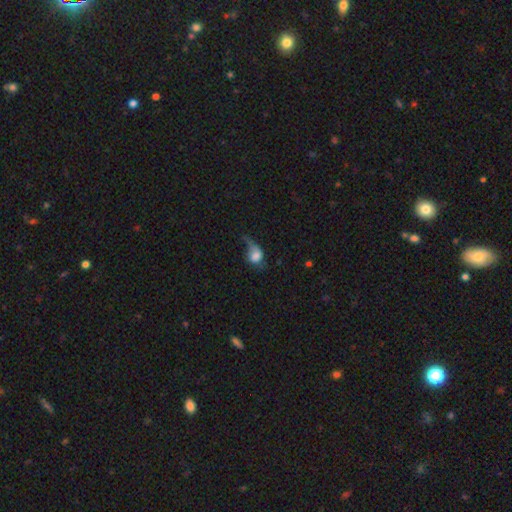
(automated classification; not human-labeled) smooth-or-featured: smooth: 65% | featured or disk: 25% | star or artifact: 10%
  how-rounded: in between: 60% | round: 38% | cigar-shaped: 2%
  merging: major disturbance: 54% | minor disturbance: 23% | none: 18% | merger: 5%